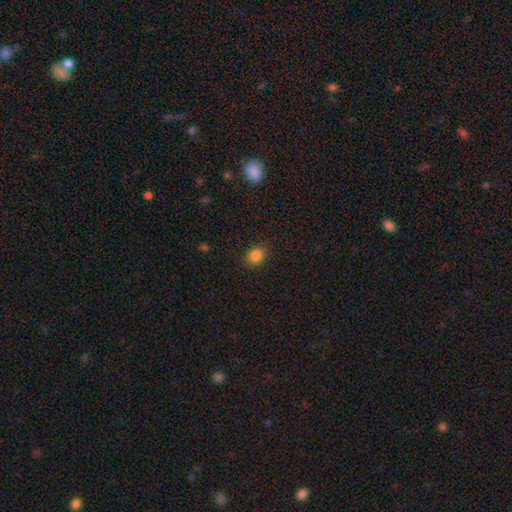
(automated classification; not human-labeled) A smooth galaxy with no disk features (84%) that is round (50%).

Vote fractions:
- Smooth or featured? smooth: 84% / star or artifact: 12% / featured or disk: 4%
- How rounded? round: 50% / in between: 49% / cigar-shaped: 1%
- Merging? none: 86% / minor disturbance: 10% / major disturbance: 3% / merger: 1%